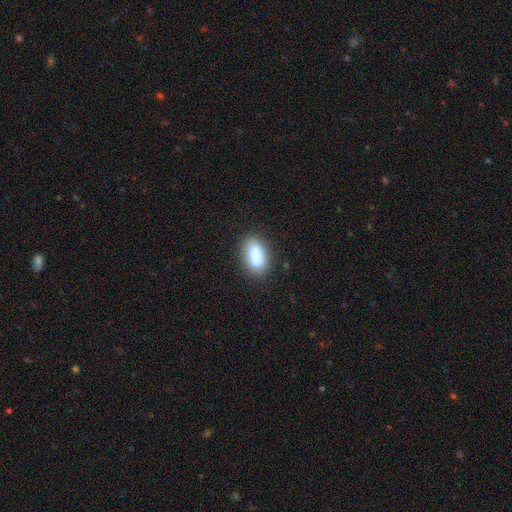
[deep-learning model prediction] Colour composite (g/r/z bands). It shows a smooth galaxy with no disk features (86%) that is in between round and cigar-shaped (90%). Merging: none (81%).